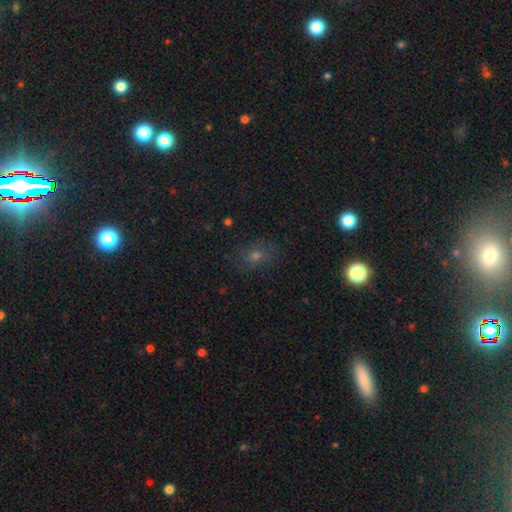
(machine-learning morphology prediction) smooth-or-featured: smooth: 57% | star or artifact: 29% | featured or disk: 14%
  how-rounded: in between: 50% | round: 48% | cigar-shaped: 2%
  merging: none: 82% | minor disturbance: 12% | major disturbance: 4% | merger: 2%